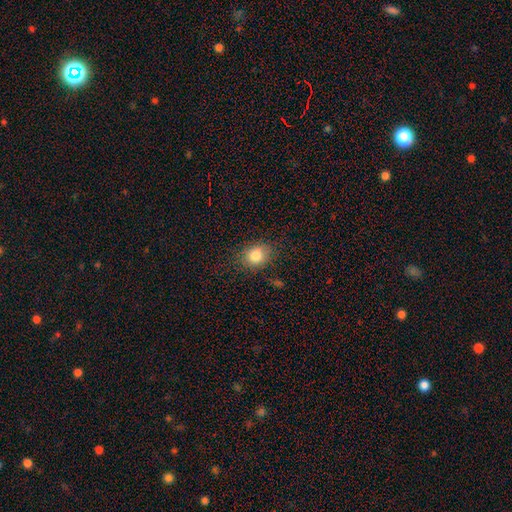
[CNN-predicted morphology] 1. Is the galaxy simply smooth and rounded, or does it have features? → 83% smooth, 10% star or artifact, 7% featured or disk.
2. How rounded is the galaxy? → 55% round, 44% in between, 1% cigar-shaped.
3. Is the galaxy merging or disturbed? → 81% none, 14% minor disturbance, 4% major disturbance, 1% merger.